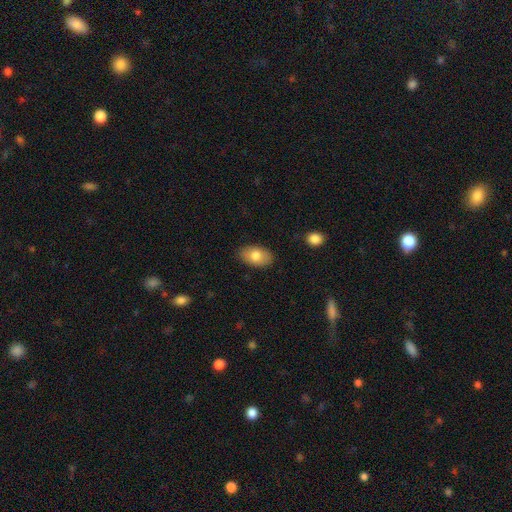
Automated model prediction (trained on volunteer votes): Morphology: type=smooth (79%); roundness=in between (91%); merging=none (86%).